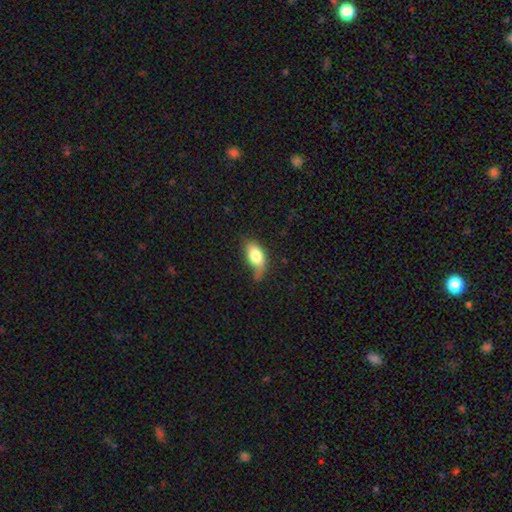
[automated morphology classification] Smooth or featured?
  - smooth: 77% *
  - featured or disk: 16%
  - star or artifact: 7%
How rounded?
  - in between: 89% *
  - round: 6%
  - cigar-shaped: 6%
Merging?
  - minor disturbance: 39% * (tied)
  - none: 39% * (tied)
  - major disturbance: 17%
  - merger: 5%